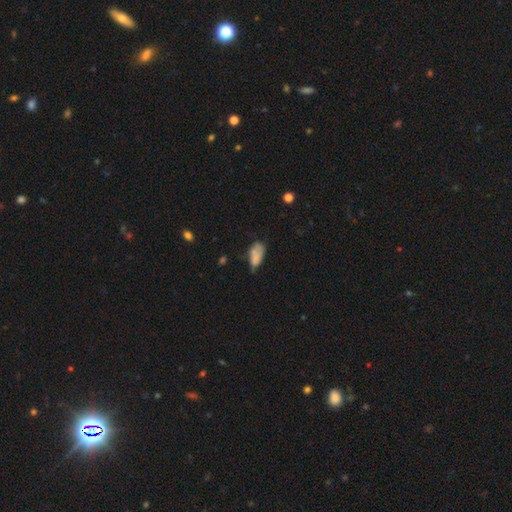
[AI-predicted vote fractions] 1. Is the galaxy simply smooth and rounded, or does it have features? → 67% smooth, 23% featured or disk, 10% star or artifact.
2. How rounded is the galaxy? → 89% in between, 7% cigar-shaped, 4% round.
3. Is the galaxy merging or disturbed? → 36% none, 35% minor disturbance, 17% major disturbance, 11% merger.